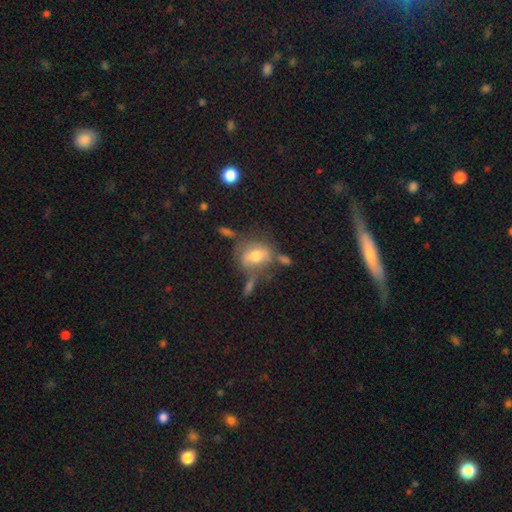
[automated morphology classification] This appears to be a smooth galaxy with no disk features (65%) that is in between round and cigar-shaped (56%). Merging: none (52%).